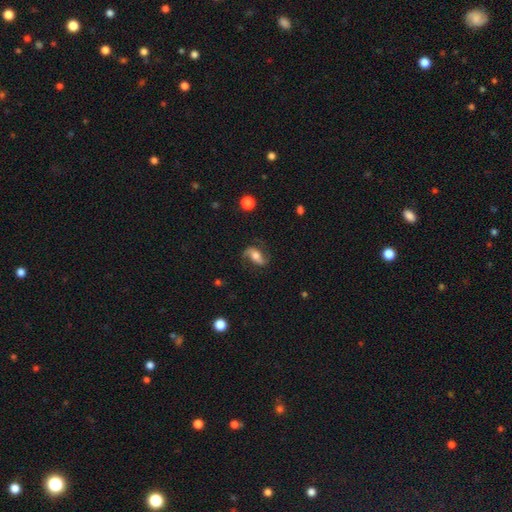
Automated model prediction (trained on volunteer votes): Smooth or featured? featured or disk (76%)
Edge-on disk? no (94%)
Bar? no (44%)
Spiral arms? yes (94%)
Spiral winding? loose (61%)
Spiral arm count? 2 (92%)
Bulge size? moderate (63%)
Merging? none (75%)